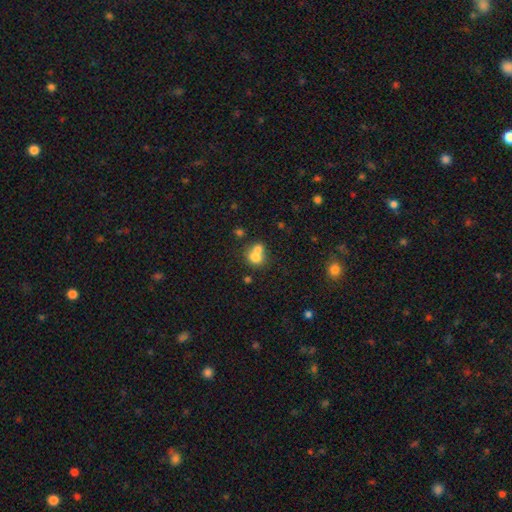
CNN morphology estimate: Smooth or featured?
  - smooth: 71% *
  - featured or disk: 17%
  - star or artifact: 11%
How rounded?
  - round: 66% *
  - in between: 33%
  - cigar-shaped: 1%
Merging?
  - merger: 62% *
  - none: 28%
  - minor disturbance: 6%
  - major disturbance: 3%